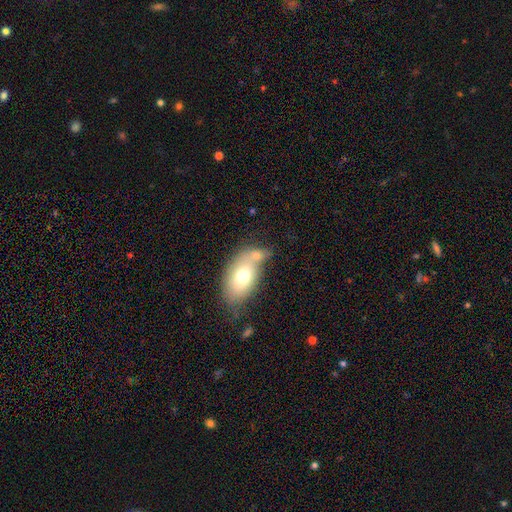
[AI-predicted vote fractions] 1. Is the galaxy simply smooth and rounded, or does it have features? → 70% smooth, 22% featured or disk, 8% star or artifact.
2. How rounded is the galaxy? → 84% in between, 13% round, 3% cigar-shaped.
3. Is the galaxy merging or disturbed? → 37% none (tied), 37% merger (tied), 17% minor disturbance, 9% major disturbance.